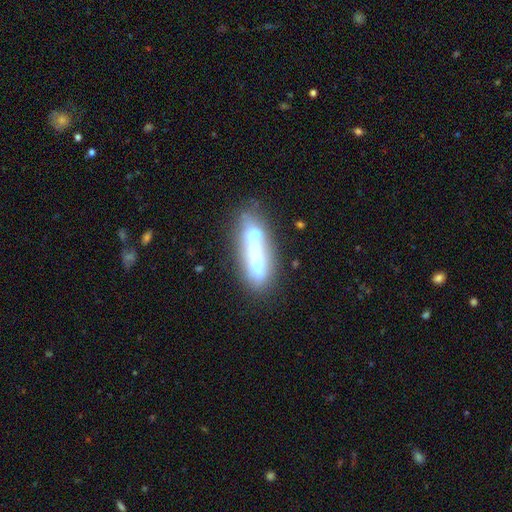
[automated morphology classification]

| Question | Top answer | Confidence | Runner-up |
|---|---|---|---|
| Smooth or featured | featured or disk | 51% | smooth (39%) |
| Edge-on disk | yes | 51% | no (49%) |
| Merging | none | 44% | merger (29%) |